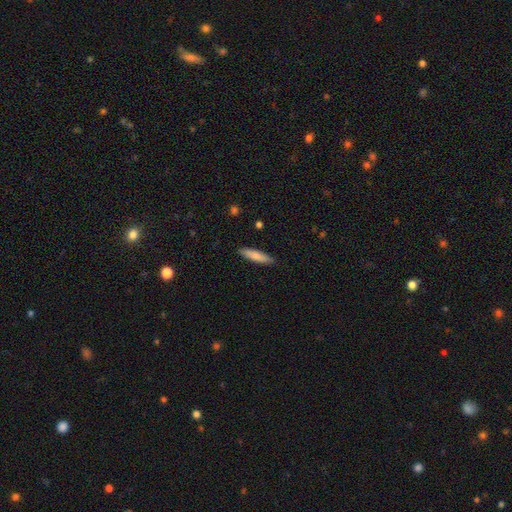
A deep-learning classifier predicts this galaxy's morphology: type=smooth (80%); roundness=cigar-shaped (81%); merging=none (89%).